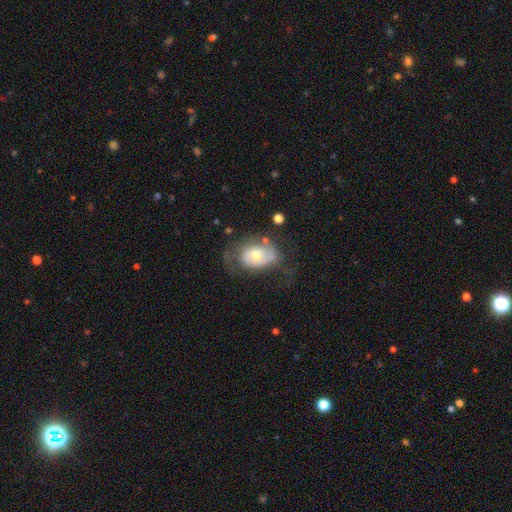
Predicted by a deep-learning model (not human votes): A featured or disk galaxy (56%) with no bar (80%), spiral arms (56%) and a moderate central bulge (67%).

Vote fractions:
- Smooth or featured? featured or disk: 56% / smooth: 36% / star or artifact: 8%
- Edge-on disk? no: 95% / yes: 5%
- Bar? no: 80% / weak: 16% / strong: 4%
- Spiral arms? yes: 56% / no: 44%
- Bulge size? moderate: 67% / small: 25% / large: 6% / dominant: 1% / none: 1%
- Merging? none: 44% / major disturbance: 26% / minor disturbance: 26% / merger: 4%